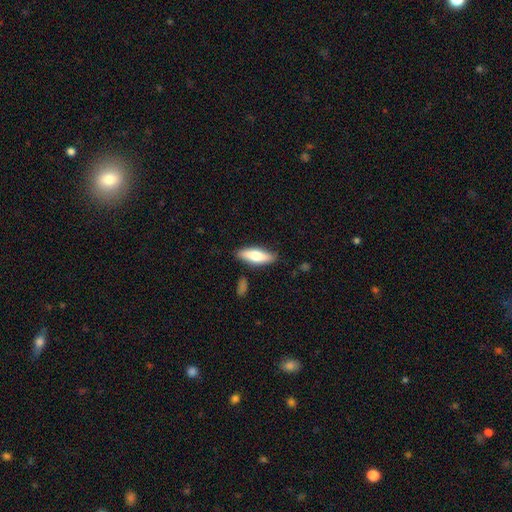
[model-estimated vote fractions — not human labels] smooth 72%, featured or disk 23%, star or artifact 6%. Down the decision tree: how rounded — in between (57%); merging — none (83%).